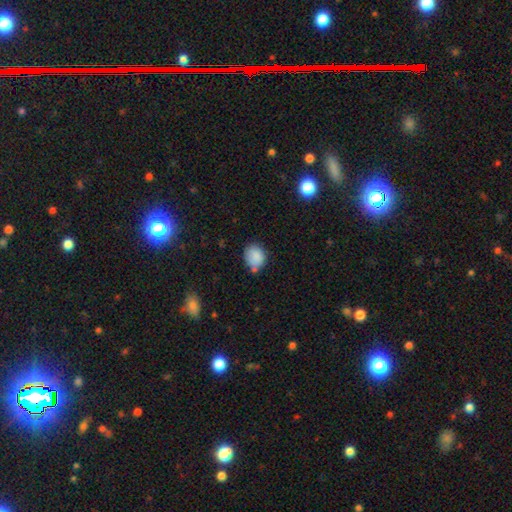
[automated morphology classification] A smooth galaxy with no disk features (86%) that is round (56%).

Vote fractions:
- Smooth or featured? smooth: 86% / star or artifact: 9% / featured or disk: 6%
- How rounded? round: 56% / in between: 43% / cigar-shaped: 1%
- Merging? none: 61% / minor disturbance: 25% / merger: 9% / major disturbance: 5%